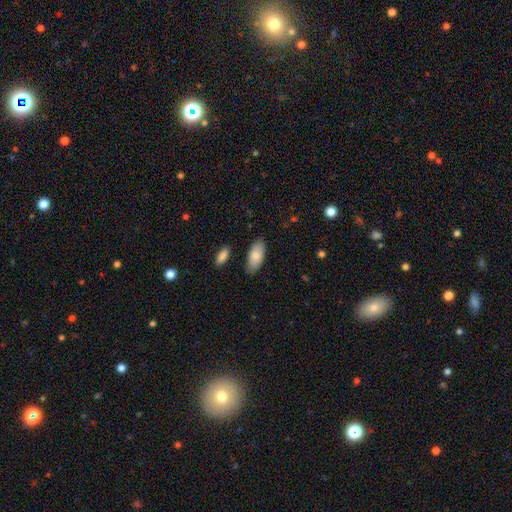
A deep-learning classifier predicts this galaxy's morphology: A smooth galaxy with no disk features (82%) that is in between round and cigar-shaped (90%).

Vote fractions:
- Smooth or featured? smooth: 82% / featured or disk: 12% / star or artifact: 6%
- How rounded? in between: 90% / cigar-shaped: 8% / round: 2%
- Merging? none: 83% / minor disturbance: 12% / merger: 2% / major disturbance: 2%